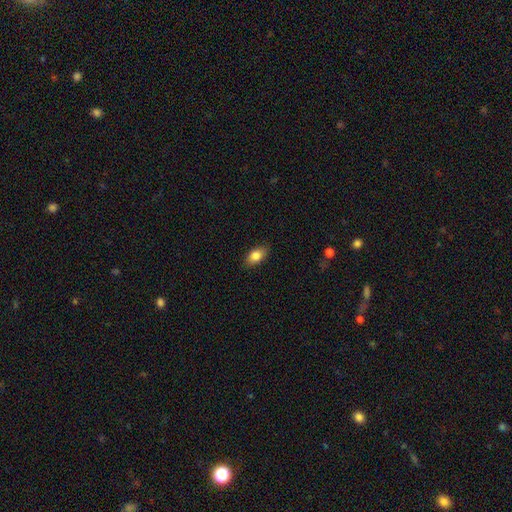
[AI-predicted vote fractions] Smooth or featured? smooth (84%)
How rounded? in between (88%)
Merging? none (87%)